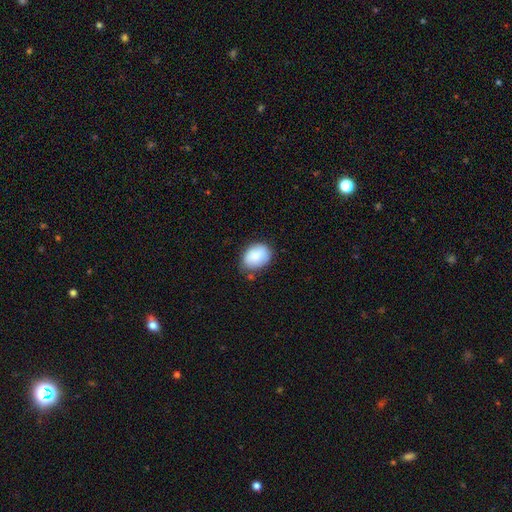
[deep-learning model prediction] smooth-or-featured: smooth: 85% | featured or disk: 8% | star or artifact: 7%
  how-rounded: in between: 74% | round: 25% | cigar-shaped: 1%
  merging: none: 65% | minor disturbance: 26% | major disturbance: 5% | merger: 4%